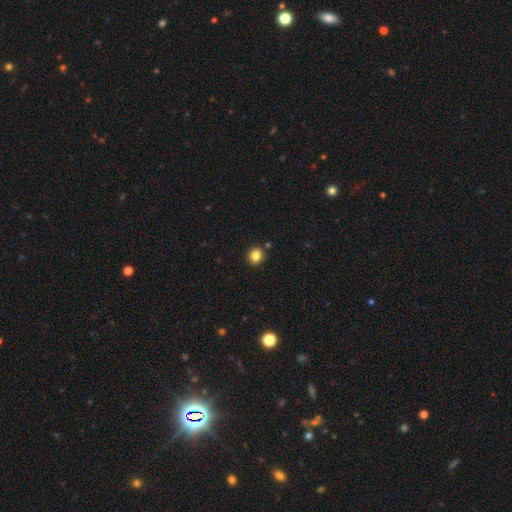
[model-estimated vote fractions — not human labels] This appears to be a smooth galaxy with no disk features (84%) that is round (80%). Merging: none (88%).